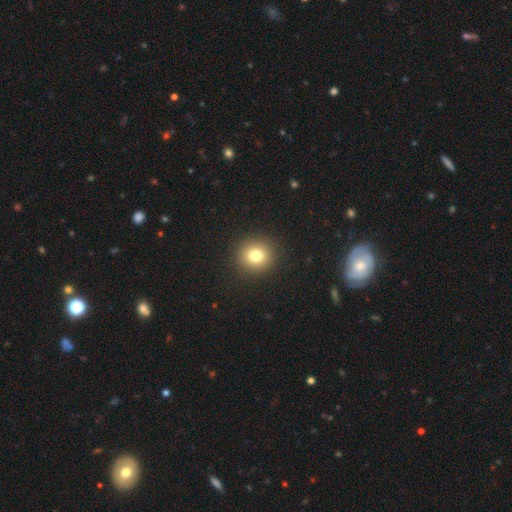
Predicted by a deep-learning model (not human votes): Smooth or featured?
  - smooth: 78% *
  - star or artifact: 13%
  - featured or disk: 9%
How rounded?
  - round: 91% *
  - in between: 8%
  - cigar-shaped: 1%
Merging?
  - none: 92% *
  - minor disturbance: 5%
  - major disturbance: 2%
  - merger: 1%